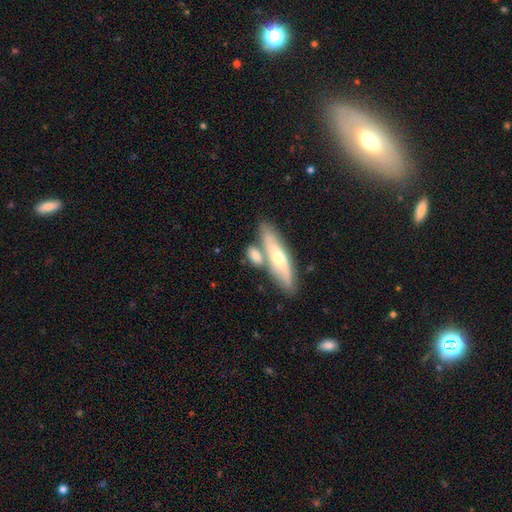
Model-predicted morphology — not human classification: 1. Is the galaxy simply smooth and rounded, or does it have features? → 58% smooth, 36% featured or disk, 5% star or artifact.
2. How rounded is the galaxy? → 51% in between, 43% cigar-shaped, 6% round.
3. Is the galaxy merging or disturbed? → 47% none, 37% merger, 12% minor disturbance, 4% major disturbance.